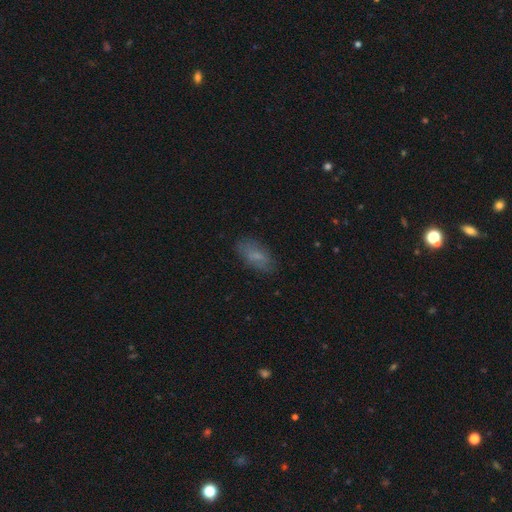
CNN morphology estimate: A smooth galaxy with no disk features (69%) that is in between round and cigar-shaped (87%).

Vote fractions:
- Smooth or featured? smooth: 69% / featured or disk: 22% / star or artifact: 9%
- How rounded? in between: 87% / cigar-shaped: 10% / round: 3%
- Merging? none: 78% / minor disturbance: 16% / major disturbance: 5% / merger: 1%